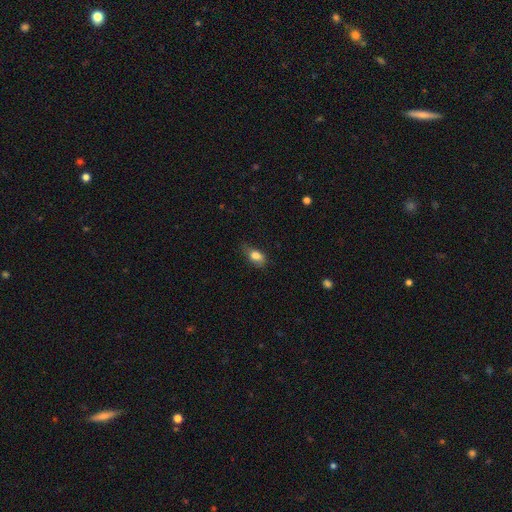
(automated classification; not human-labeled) A smooth galaxy with no disk features (81%) that is in between round and cigar-shaped (83%). Merging: none (53%).